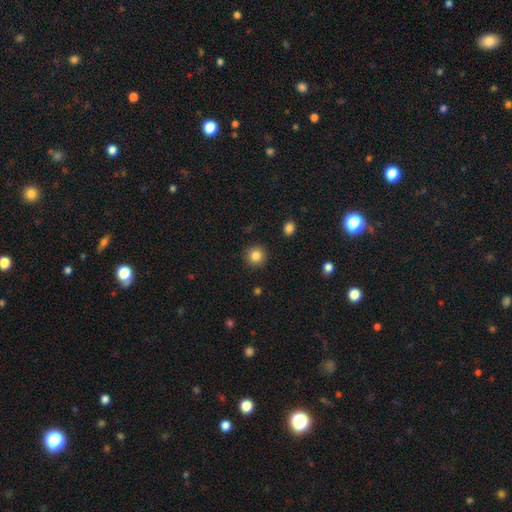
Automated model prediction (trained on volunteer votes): A smooth galaxy with no disk features (84%) that is round (94%).

Vote fractions:
- Smooth or featured? smooth: 84% / star or artifact: 11% / featured or disk: 5%
- How rounded? round: 94% / in between: 5% / cigar-shaped: 1%
- Merging? none: 91% / minor disturbance: 6% / major disturbance: 2% / merger: 1%